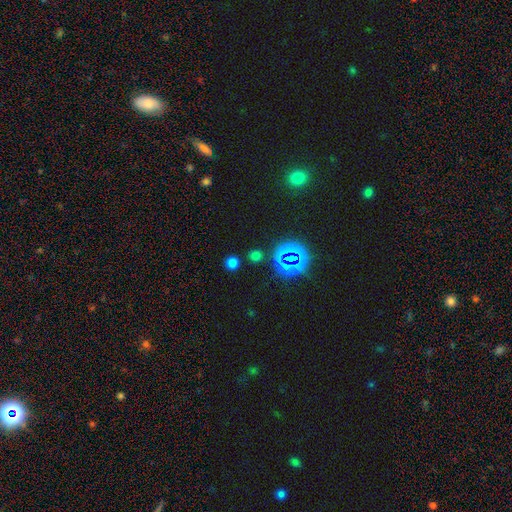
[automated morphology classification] This appears to be a smooth galaxy with no disk features (58%) that is round (89%). Merging: none (83%).